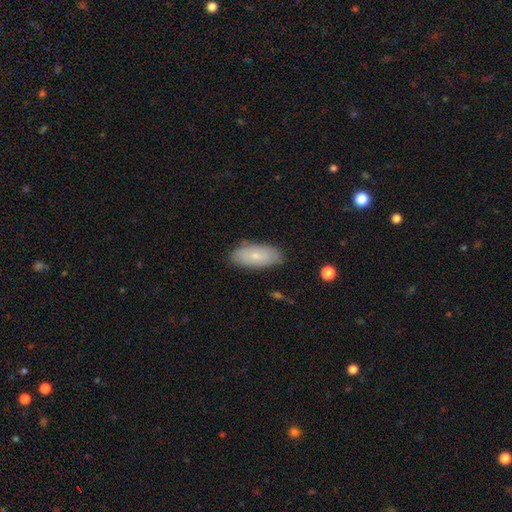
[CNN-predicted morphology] type=smooth (73%); roundness=in between (88%); merging=none (84%).